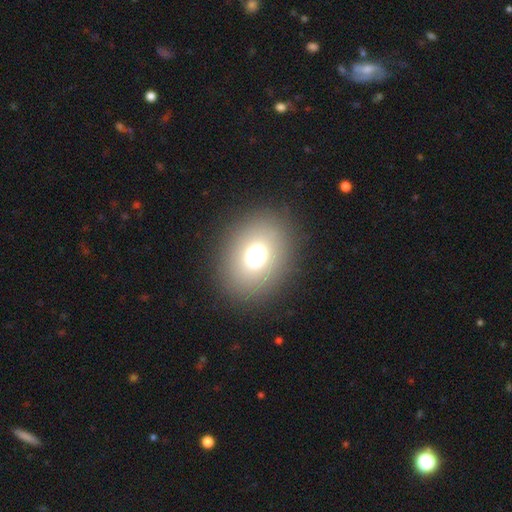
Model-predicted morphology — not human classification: smooth-or-featured: smooth: 70% | star or artifact: 17% | featured or disk: 13%
  how-rounded: round: 53% | in between: 46% | cigar-shaped: 1%
  merging: none: 88% | minor disturbance: 7% | major disturbance: 4% | merger: 1%